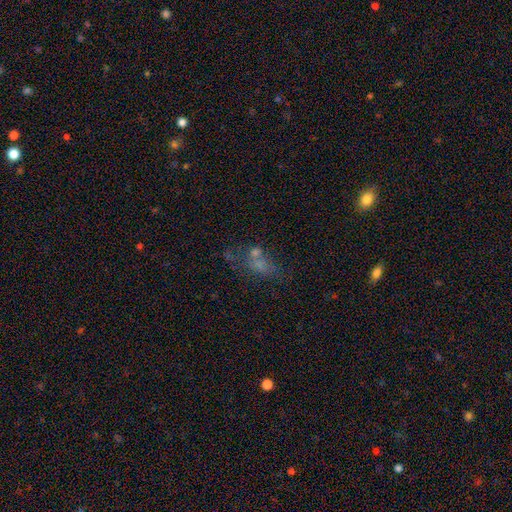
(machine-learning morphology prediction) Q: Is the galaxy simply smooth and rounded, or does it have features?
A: smooth — 47%.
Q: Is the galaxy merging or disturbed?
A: none — 36%.